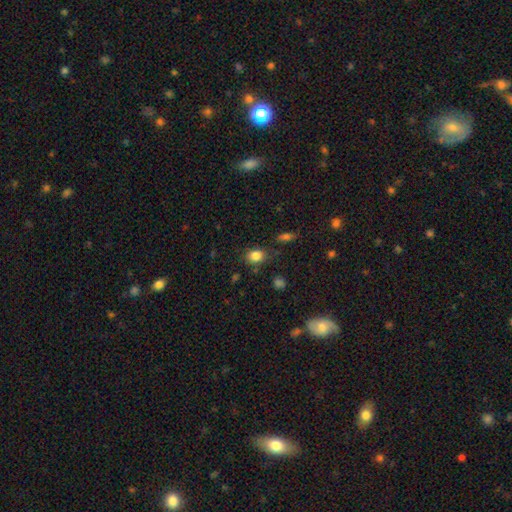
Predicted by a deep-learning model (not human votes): Morphology: type=smooth (84%); roundness=in between (59%); merging=none (77%).